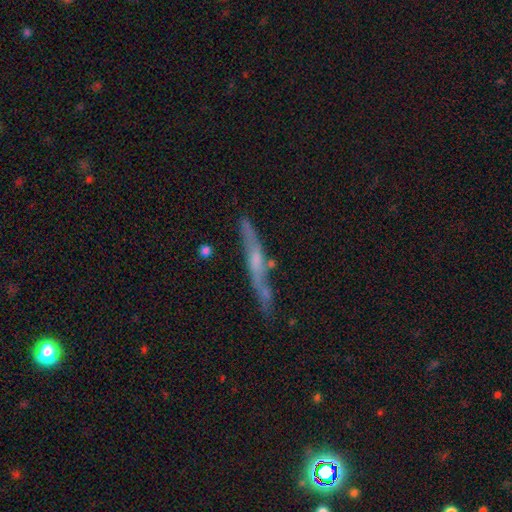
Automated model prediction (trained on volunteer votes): Smooth or featured?
  - featured or disk: 62% *
  - smooth: 30%
  - star or artifact: 8%
Edge-on disk?
  - yes: 85% *
  - no: 15%
Edge-on bulge?
  - none: 49% *
  - rounded: 40%
  - boxy: 11%
Merging?
  - none: 65% *
  - minor disturbance: 21%
  - merger: 7%
  - major disturbance: 7%